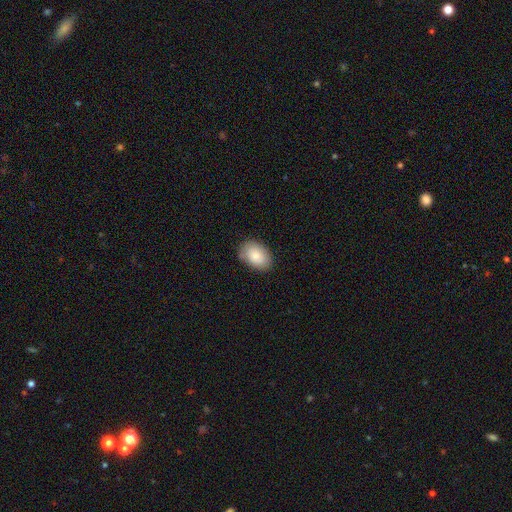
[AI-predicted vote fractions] This is clearly a smooth galaxy (83%). How rounded: clearly in between (85%). Merging: likely none (79%).